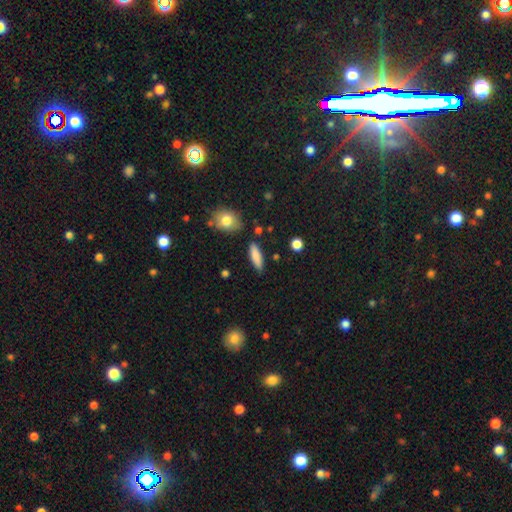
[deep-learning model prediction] Morphology: type=smooth (81%); roundness=cigar-shaped (57%); merging=none (83%).